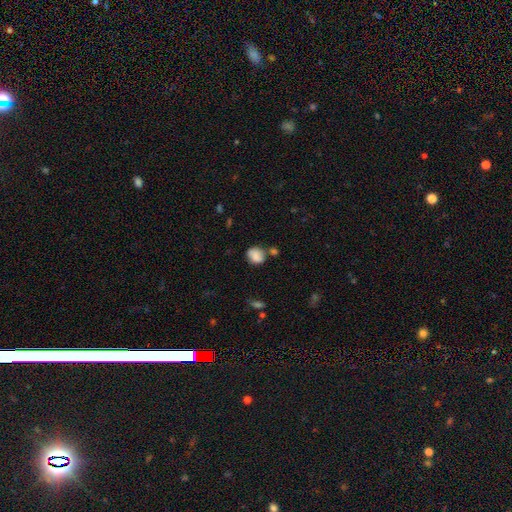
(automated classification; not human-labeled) Smooth or featured: smooth — 81% (featured or disk — 10%)
How rounded: round — 55% (in between — 44%)
Merging: none — 56% (minor disturbance — 22%)